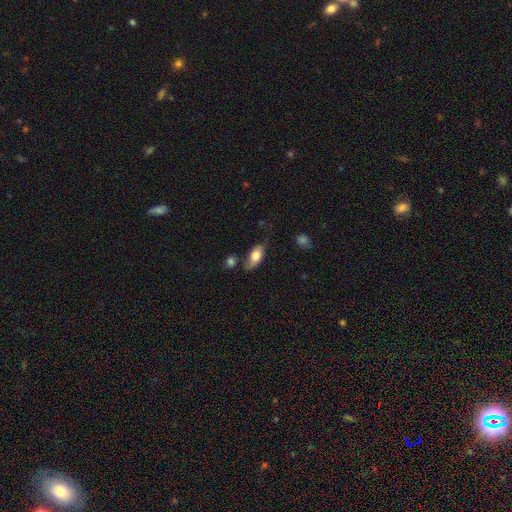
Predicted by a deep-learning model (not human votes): smooth 73%, featured or disk 21%, star or artifact 6%. Down the decision tree: how rounded — in between (89%); merging — none (53%).